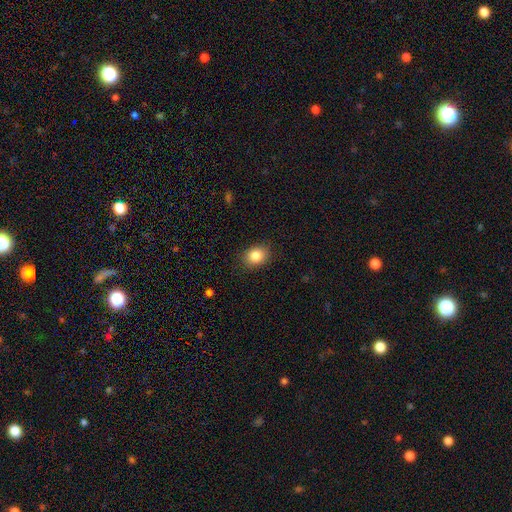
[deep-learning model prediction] Smooth or featured? smooth (85%)
How rounded? in between (56%)
Merging? none (86%)